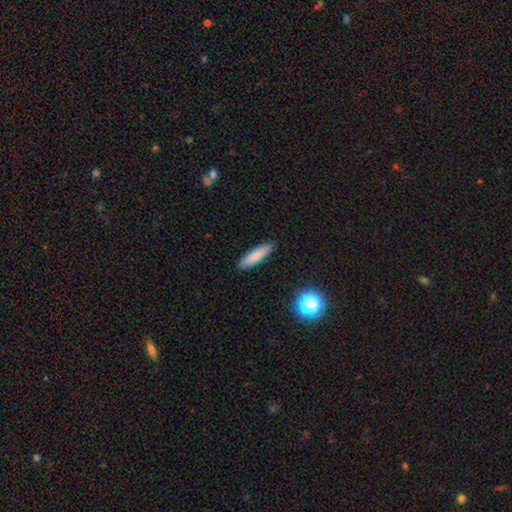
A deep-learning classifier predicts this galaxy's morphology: smooth_or_featured: smooth (p=0.81) [alt: featured or disk p=0.11]
how_rounded: cigar-shaped (p=0.76) [alt: in between p=0.22]
merging: none (p=0.89) [alt: minor disturbance p=0.08]